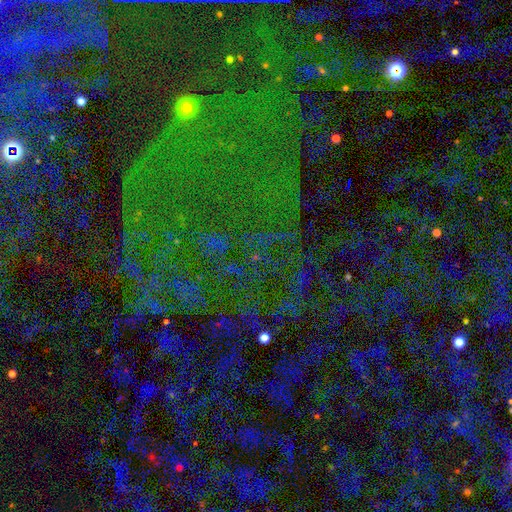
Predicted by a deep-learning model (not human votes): This is likely a star or artifact rather than a galaxy (79%).